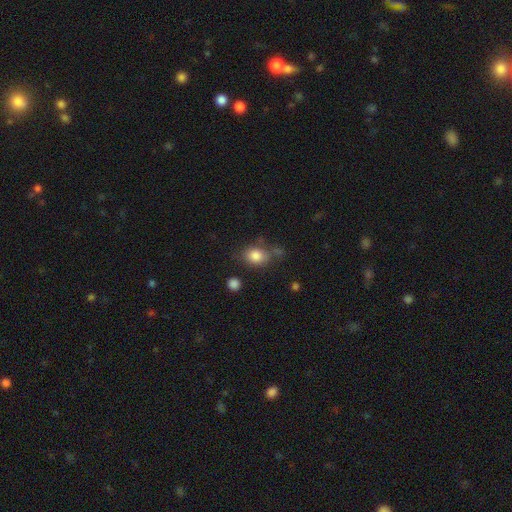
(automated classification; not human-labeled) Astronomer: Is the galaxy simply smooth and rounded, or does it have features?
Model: smooth — 83%.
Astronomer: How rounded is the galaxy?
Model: in between — 60% (runner-up: round, 39%).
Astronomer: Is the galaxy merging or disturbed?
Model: none — 65%.